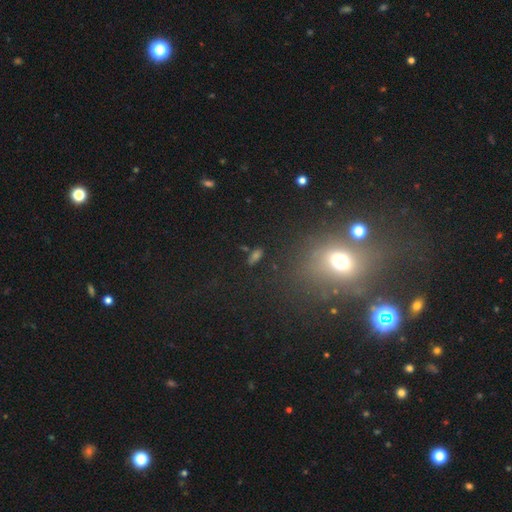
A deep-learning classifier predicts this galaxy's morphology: Overall: smooth (53%; star or artifact 31%). How rounded: in between (63%). Merging: none (75%).